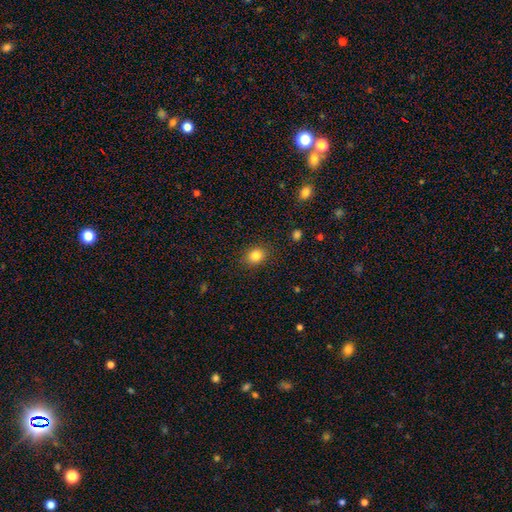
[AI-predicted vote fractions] This is clearly a smooth galaxy (84%). How rounded: possibly round (59%). Merging: clearly none (87%).